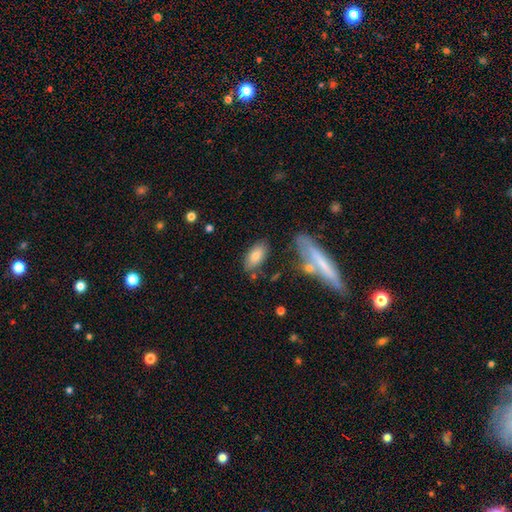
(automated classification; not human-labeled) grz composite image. It shows a smooth galaxy with no disk features (77%) that is in between round and cigar-shaped (88%). Merging: none (73%).